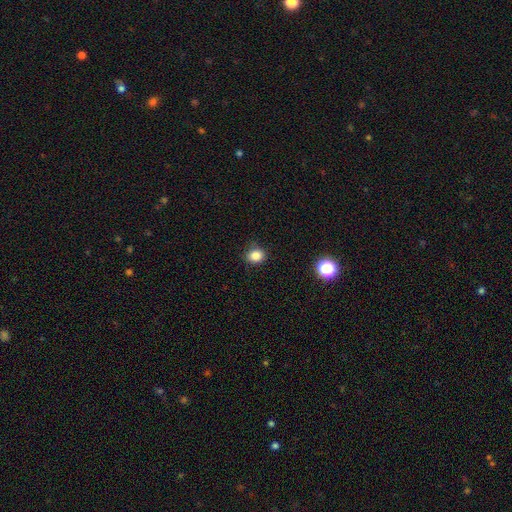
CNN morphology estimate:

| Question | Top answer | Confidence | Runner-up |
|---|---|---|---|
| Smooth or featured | smooth | 84% | star or artifact (11%) |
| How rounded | round | 61% | in between (38%) |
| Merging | none | 84% | minor disturbance (12%) |